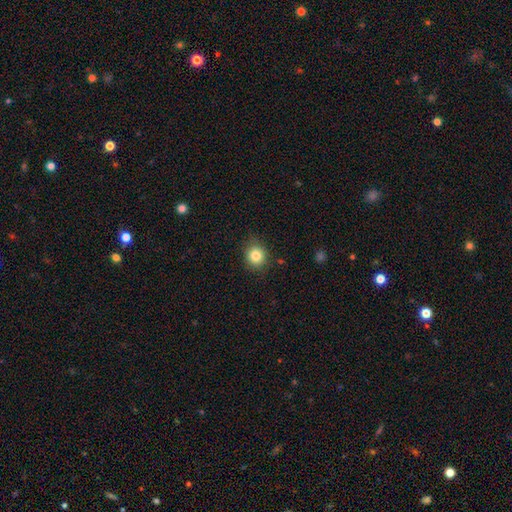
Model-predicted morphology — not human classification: Smooth or featured? smooth (82%)
How rounded? round (82%)
Merging? none (84%)